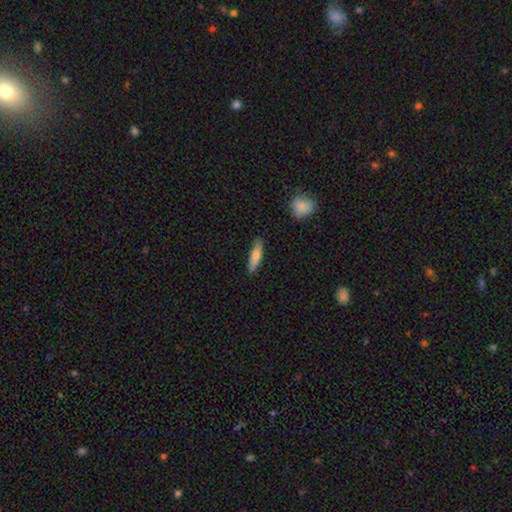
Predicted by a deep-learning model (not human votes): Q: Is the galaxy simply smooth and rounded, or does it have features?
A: smooth — 75%.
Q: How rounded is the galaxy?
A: cigar-shaped — 71%.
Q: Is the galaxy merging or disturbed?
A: none — 84%.